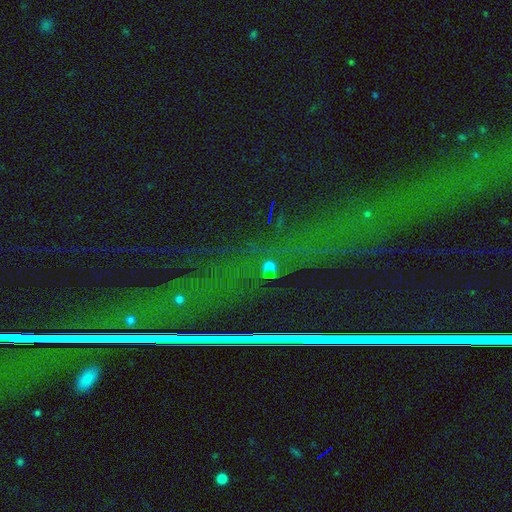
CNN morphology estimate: Q: Smooth or featured?
A: star or artifact (85%); runner-up: featured or disk (7%)